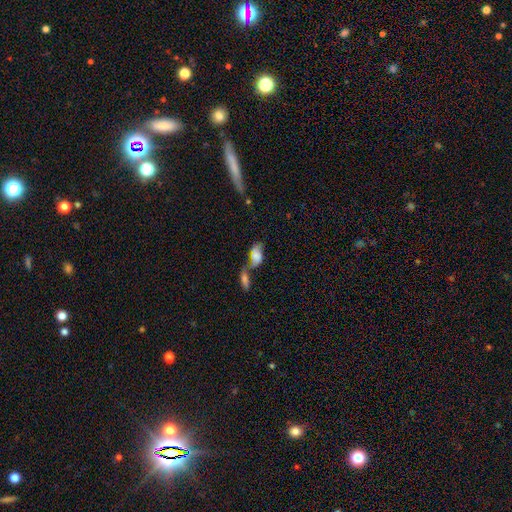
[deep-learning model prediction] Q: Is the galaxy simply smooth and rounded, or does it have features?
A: smooth — 51%.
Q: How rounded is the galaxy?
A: in between — 86%.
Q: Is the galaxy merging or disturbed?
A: merger — 60%.